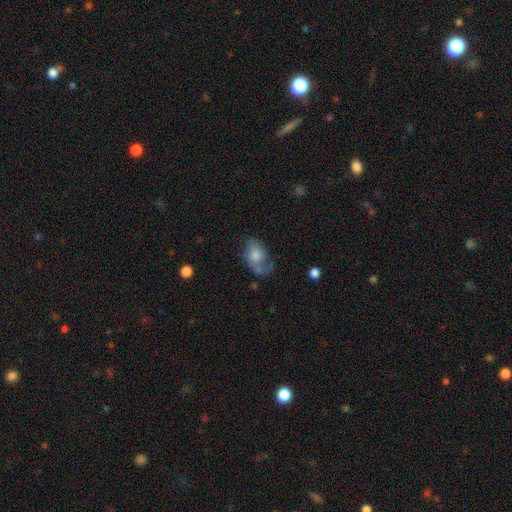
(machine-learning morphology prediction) The model was most divided on "merging": none: 36%, minor disturbance: 28%, major disturbance: 27%, merger: 9%. More confident: how rounded — in between (83%); smooth or featured — smooth (56%).